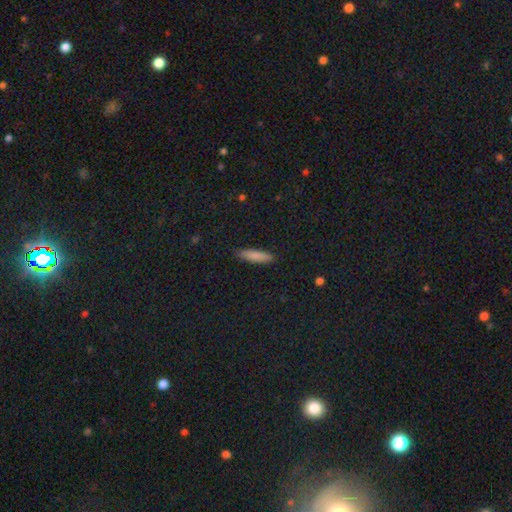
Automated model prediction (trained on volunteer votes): Q: Smooth or featured?
A: smooth (84%); runner-up: featured or disk (9%)
Q: How rounded?
A: cigar-shaped (76%); runner-up: in between (22%)
Q: Merging?
A: none (89%); runner-up: minor disturbance (8%)